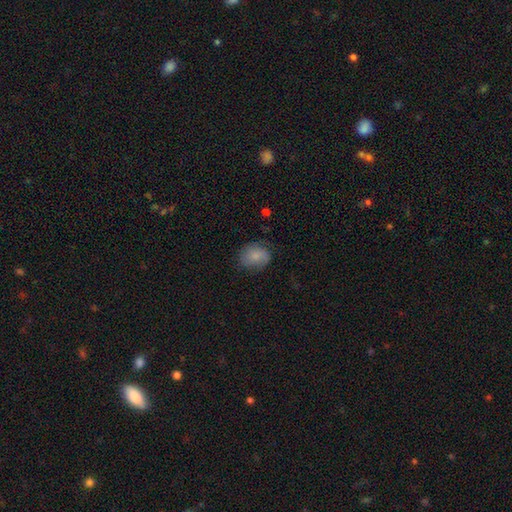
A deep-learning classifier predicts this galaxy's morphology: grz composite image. It shows a smooth galaxy with no disk features (72%) that is round (54%). Merging: none (66%).